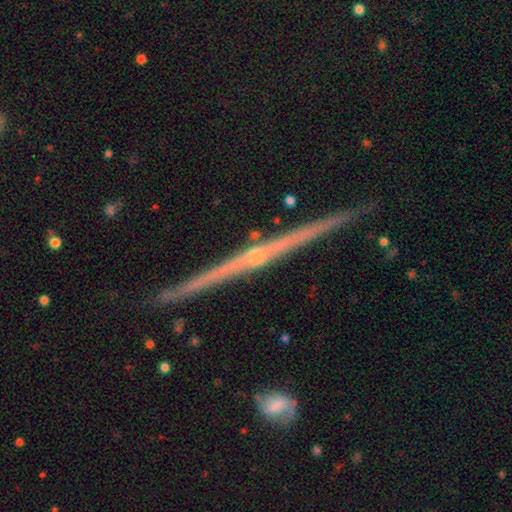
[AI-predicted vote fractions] The model was most divided on "edge-on bulge": rounded: 72%, none: 22%, boxy: 6%. More confident: edge-on disk — yes (98%); merging — none (91%); smooth or featured — featured or disk (86%).